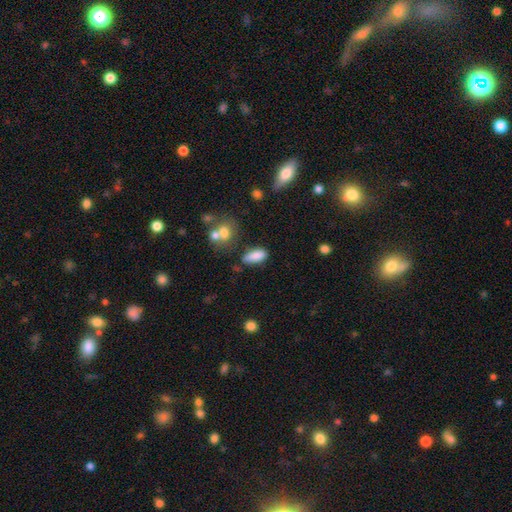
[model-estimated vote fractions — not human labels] A smooth galaxy with no disk features (85%) that is in between round and cigar-shaped (78%). Merging: none (66%).